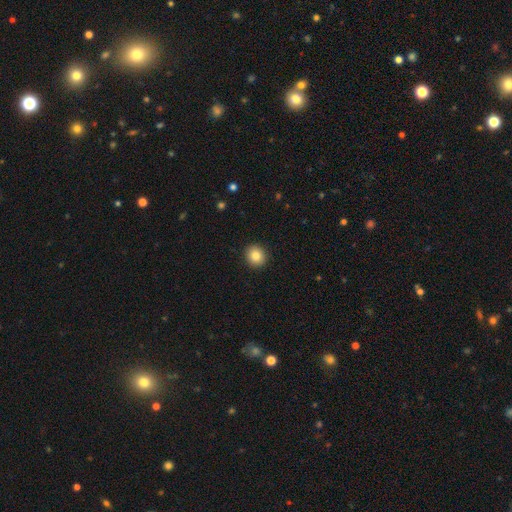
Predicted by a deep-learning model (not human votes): A smooth galaxy with no disk features (85%) that is round (88%).

Vote fractions:
- Smooth or featured? smooth: 85% / star or artifact: 10% / featured or disk: 6%
- How rounded? round: 88% / in between: 11% / cigar-shaped: 1%
- Merging? none: 92% / minor disturbance: 5% / major disturbance: 2% / merger: 1%